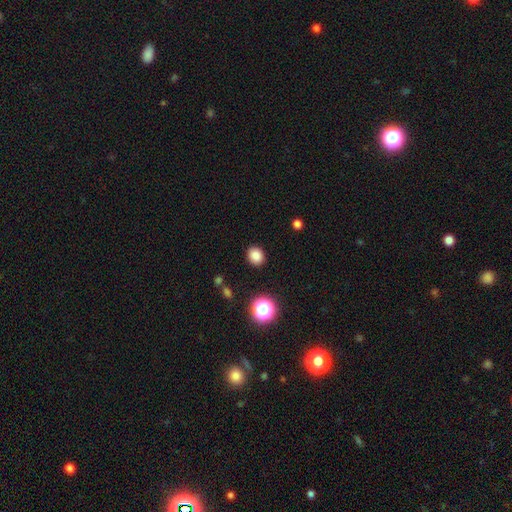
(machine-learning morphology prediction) This appears to be a smooth galaxy with no disk features (84%) that is round (70%). Merging: none (89%).